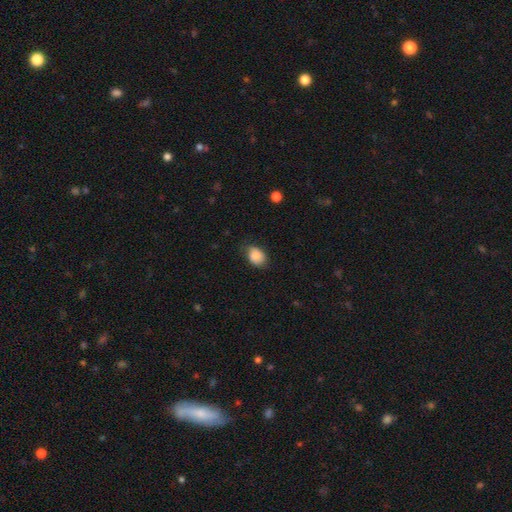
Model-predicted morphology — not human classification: A smooth galaxy with no disk features (84%) that is in between round and cigar-shaped (72%).

Vote fractions:
- Smooth or featured? smooth: 84% / featured or disk: 9% / star or artifact: 8%
- How rounded? in between: 72% / round: 27% / cigar-shaped: 1%
- Merging? none: 70% / minor disturbance: 24% / major disturbance: 5% / merger: 1%